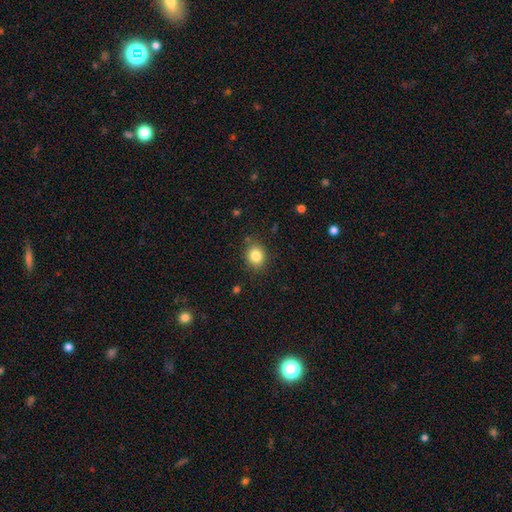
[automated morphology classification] smooth_or_featured: smooth (p=0.83) [alt: star or artifact p=0.10]
how_rounded: round (p=0.67) [alt: in between p=0.33]
merging: none (p=0.85) [alt: minor disturbance p=0.10]